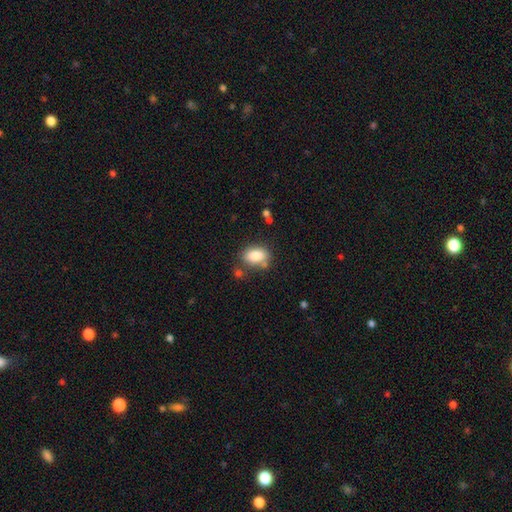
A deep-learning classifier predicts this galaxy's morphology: type=smooth (84%); roundness=in between (82%); merging=none (69%).